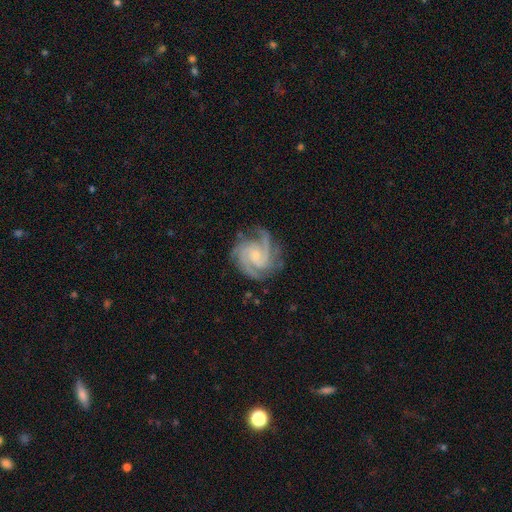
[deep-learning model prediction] The model was most divided on "spiral winding": tight: 51%, medium: 42%, loose: 6%. More confident: spiral arms — yes (98%); edge-on disk — no (98%); smooth or featured — featured or disk (92%); merging — none (76%); bulge size — small (74%); bar — no (64%); spiral arm count — 3 (51%).